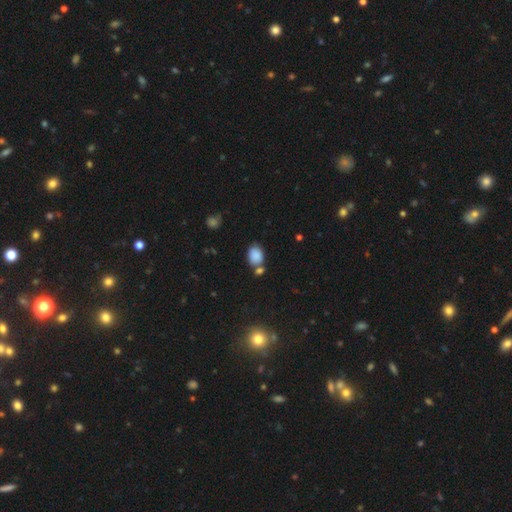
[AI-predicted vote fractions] A smooth galaxy with no disk features (86%) that is in between round and cigar-shaped (69%).

Vote fractions:
- Smooth or featured? smooth: 86% / star or artifact: 10% / featured or disk: 5%
- How rounded? in between: 69% / round: 30% / cigar-shaped: 1%
- Merging? none: 59% / merger: 22% / minor disturbance: 14% / major disturbance: 4%